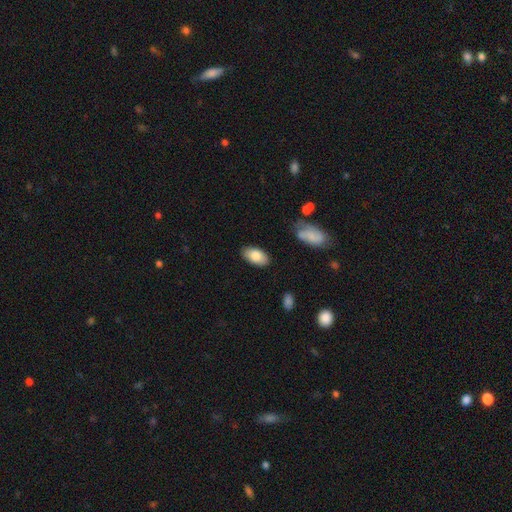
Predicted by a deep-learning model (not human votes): Smooth or featured? Predicted: smooth (p=0.83). How rounded? Predicted: in between (p=0.94). Merging? Predicted: none (p=0.84).